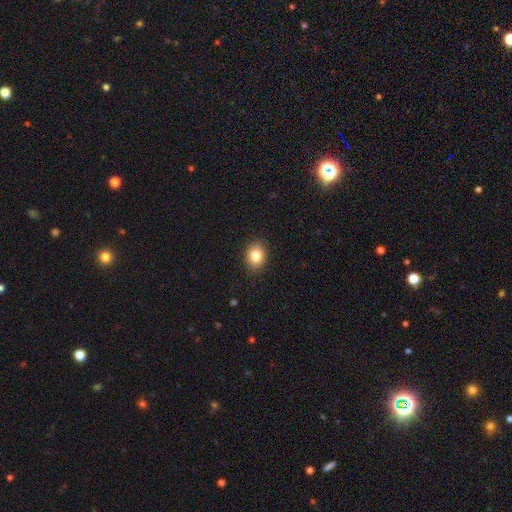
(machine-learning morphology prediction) smooth 83%, star or artifact 10%, featured or disk 7%. Down the decision tree: how rounded — round (52%); merging — none (90%).